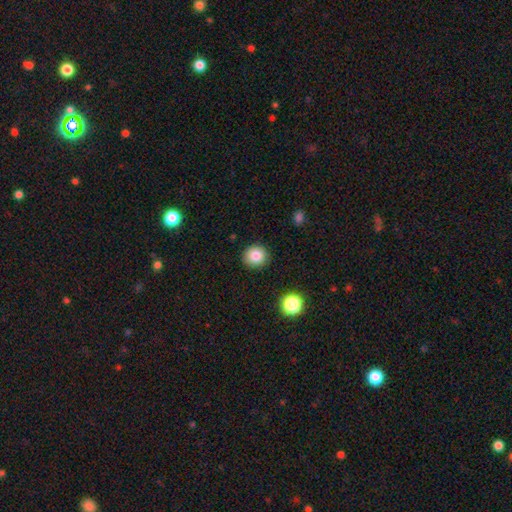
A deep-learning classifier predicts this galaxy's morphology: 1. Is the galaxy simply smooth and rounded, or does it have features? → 84% smooth, 11% star or artifact, 6% featured or disk.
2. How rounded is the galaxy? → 90% round, 9% in between, 1% cigar-shaped.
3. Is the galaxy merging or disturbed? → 90% none, 7% minor disturbance, 2% major disturbance, 1% merger.